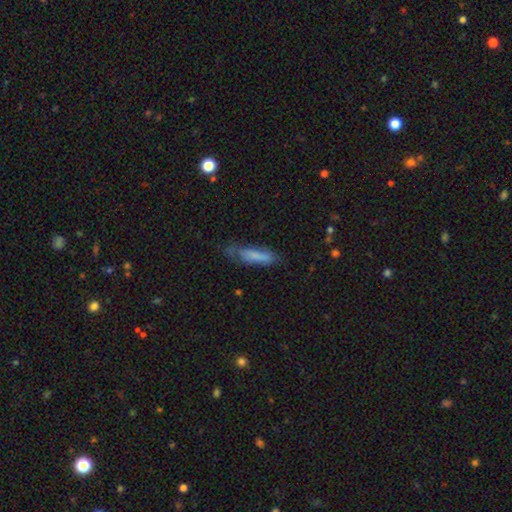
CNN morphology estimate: Smooth or featured?
  - smooth: 69% *
  - featured or disk: 23%
  - star or artifact: 8%
How rounded?
  - cigar-shaped: 73% *
  - in between: 25%
  - round: 2%
Merging?
  - none: 57% *
  - minor disturbance: 29%
  - major disturbance: 11%
  - merger: 3%